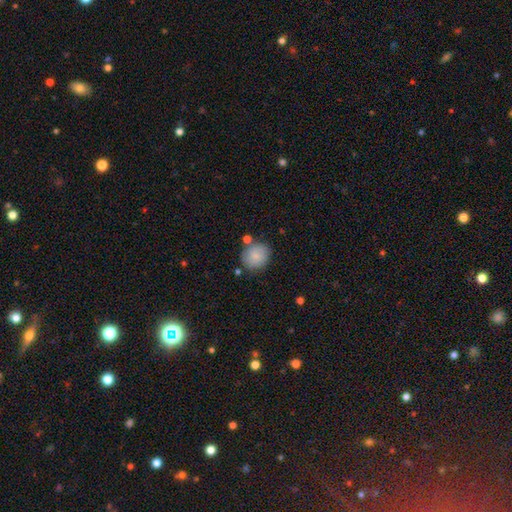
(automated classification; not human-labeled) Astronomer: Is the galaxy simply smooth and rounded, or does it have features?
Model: smooth — 82%.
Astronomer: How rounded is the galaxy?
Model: round — 76%.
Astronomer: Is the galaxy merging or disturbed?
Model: none — 75%.